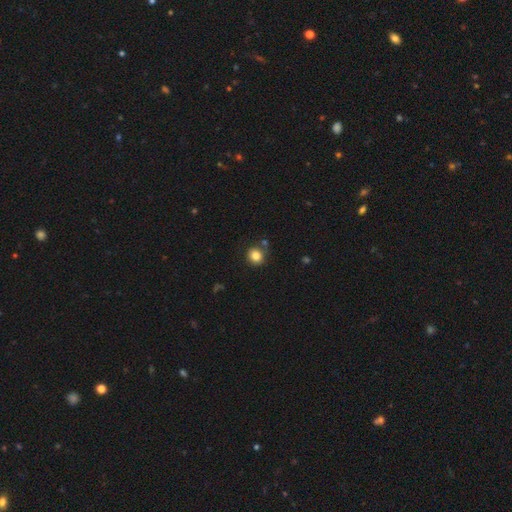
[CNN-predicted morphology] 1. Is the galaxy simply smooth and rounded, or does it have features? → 83% smooth, 11% star or artifact, 6% featured or disk.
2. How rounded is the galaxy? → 83% round, 16% in between, 1% cigar-shaped.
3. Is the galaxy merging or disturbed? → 76% none, 12% minor disturbance, 8% merger, 4% major disturbance.